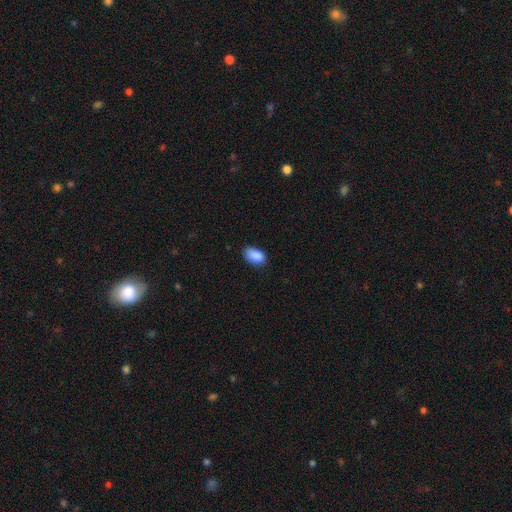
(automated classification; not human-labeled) Overall: smooth (88%). How rounded: in between (90%). Merging: none (71%).